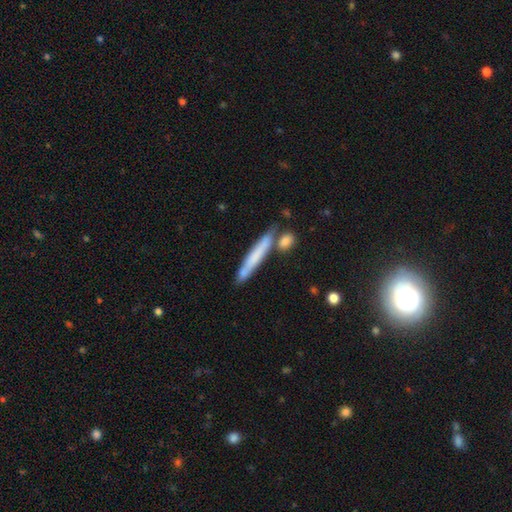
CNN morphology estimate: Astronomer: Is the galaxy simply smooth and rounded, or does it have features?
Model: smooth — 61%.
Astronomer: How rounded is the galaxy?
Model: cigar-shaped — 94%.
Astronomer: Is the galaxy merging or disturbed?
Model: none — 70%.